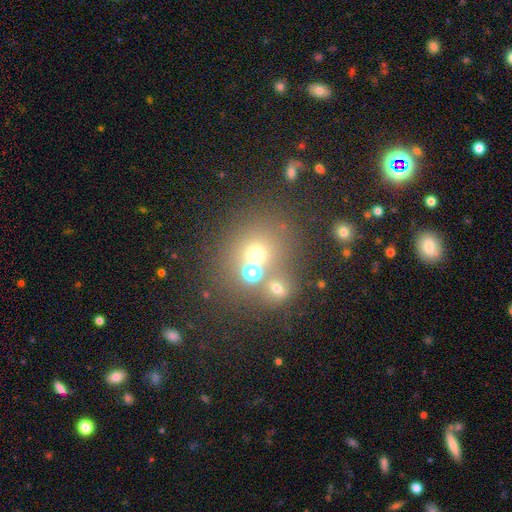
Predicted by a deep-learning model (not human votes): Smooth or featured: smooth — 61% (star or artifact — 24%)
How rounded: round — 77% (in between — 22%)
Merging: none — 51% (merger — 35%)